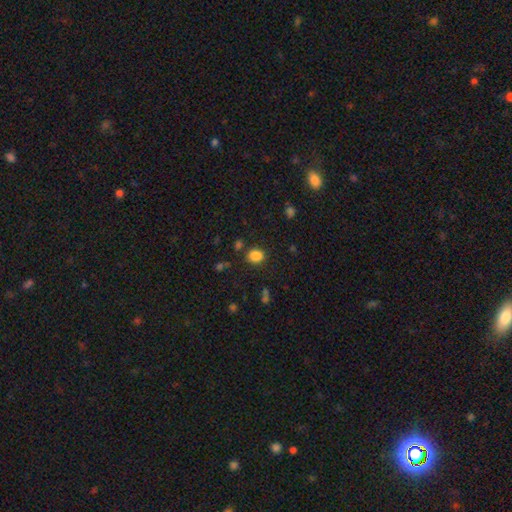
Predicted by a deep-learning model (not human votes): Smooth or featured? Predicted: smooth (p=0.84). How rounded? Predicted: round (p=0.51). Merging? Predicted: none (p=0.77).